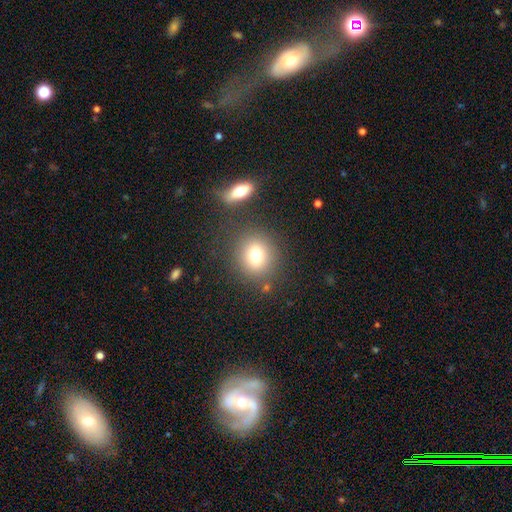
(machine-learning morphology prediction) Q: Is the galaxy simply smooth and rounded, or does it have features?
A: smooth — 75%.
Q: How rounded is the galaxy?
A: round — 78%.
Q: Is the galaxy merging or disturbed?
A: none — 78%.